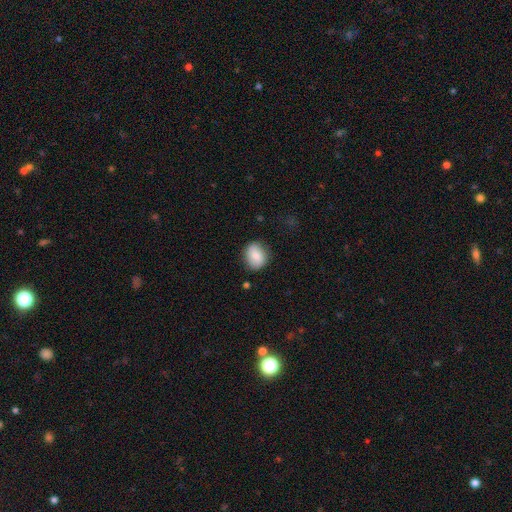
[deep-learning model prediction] Morphology: type=smooth (75%); roundness=round (54%); merging=none (80%).